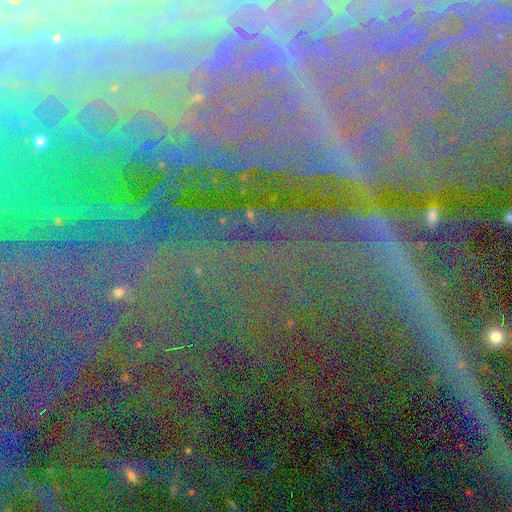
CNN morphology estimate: A star or artifact, not a galaxy (81%).

Vote fractions:
- Smooth or featured? star or artifact: 81% / featured or disk: 12% / smooth: 7%